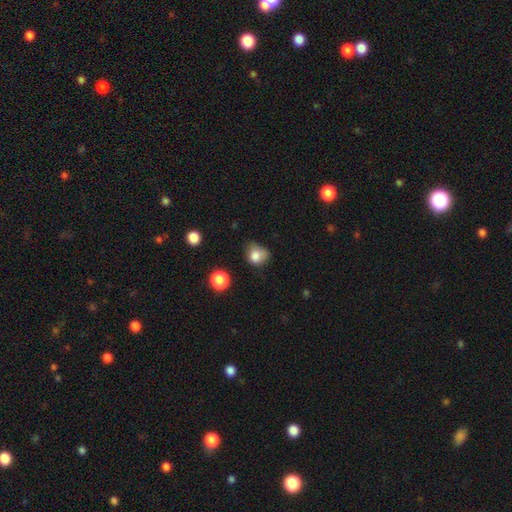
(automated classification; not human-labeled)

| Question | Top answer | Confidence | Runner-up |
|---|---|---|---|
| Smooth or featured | smooth | 80% | star or artifact (11%) |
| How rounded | round | 62% | in between (37%) |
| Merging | none | 41% | minor disturbance (39%) |